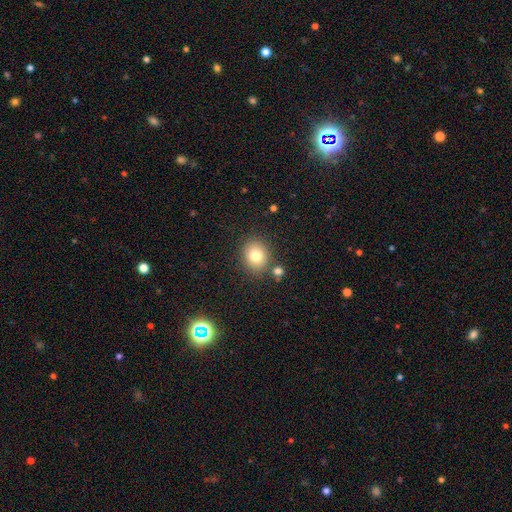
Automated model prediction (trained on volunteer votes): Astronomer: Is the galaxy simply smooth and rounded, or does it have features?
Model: smooth — 79%.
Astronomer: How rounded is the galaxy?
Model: round — 69%.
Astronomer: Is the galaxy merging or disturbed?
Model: none — 80%.